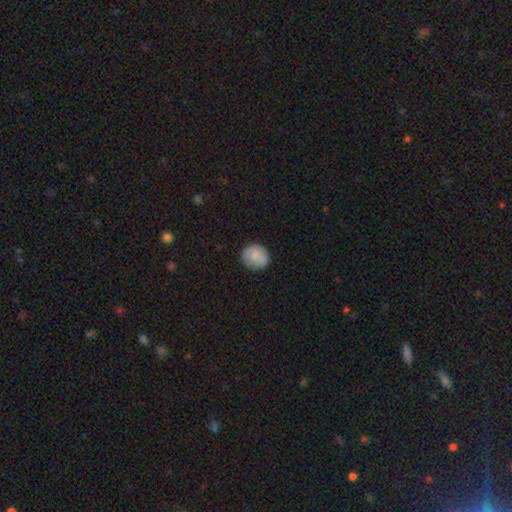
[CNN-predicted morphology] The model was most divided on "smooth or featured": smooth: 72%, featured or disk: 20%, star or artifact: 7%. More confident: how rounded — round (84%); merging — none (80%).